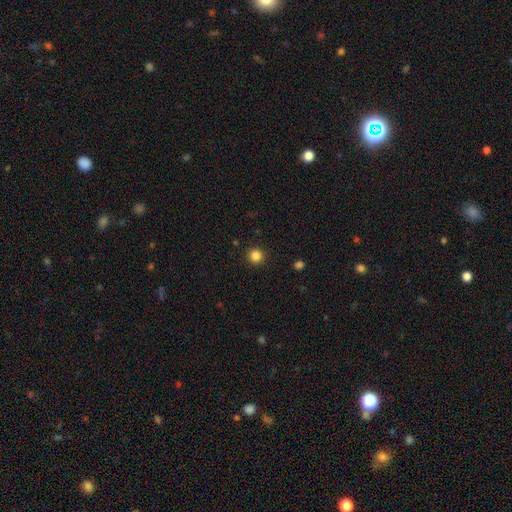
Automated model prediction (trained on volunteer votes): A smooth galaxy with no disk features (85%) that is round (95%). Merging: none (92%).